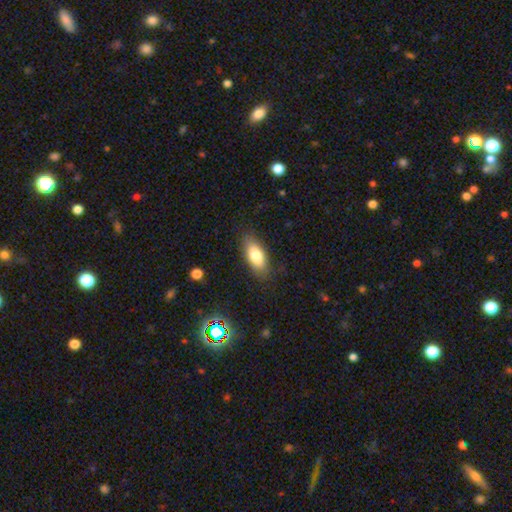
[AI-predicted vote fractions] Morphology: type=smooth (78%); roundness=in between (85%); merging=none (82%).